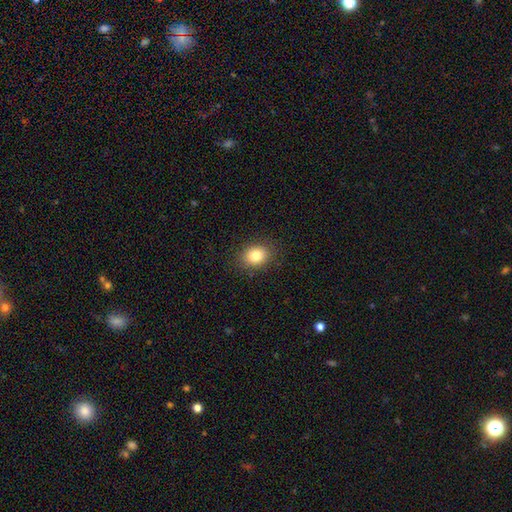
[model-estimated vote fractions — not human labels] Smooth or featured?
  - smooth: 82% *
  - star or artifact: 10%
  - featured or disk: 8%
How rounded?
  - in between: 52% *
  - round: 47%
  - cigar-shaped: 1%
Merging?
  - none: 87% *
  - minor disturbance: 9%
  - major disturbance: 3%
  - merger: 1%